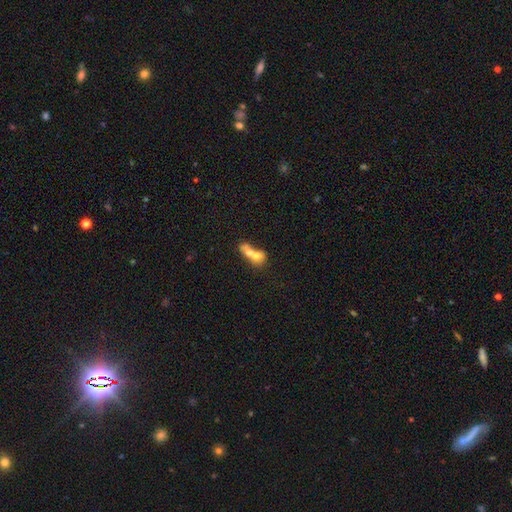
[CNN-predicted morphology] This is likely a smooth galaxy (61%). How rounded: possibly in between (57%). Merging: likely merger (72%).